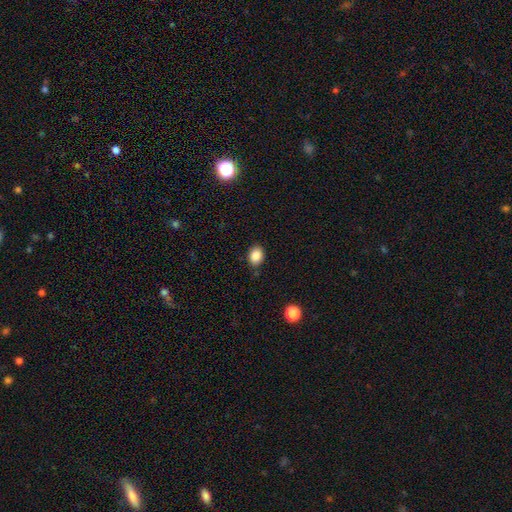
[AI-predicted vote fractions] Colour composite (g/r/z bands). It shows a smooth galaxy with no disk features (87%) that is in between round and cigar-shaped (62%). Merging: none (84%).